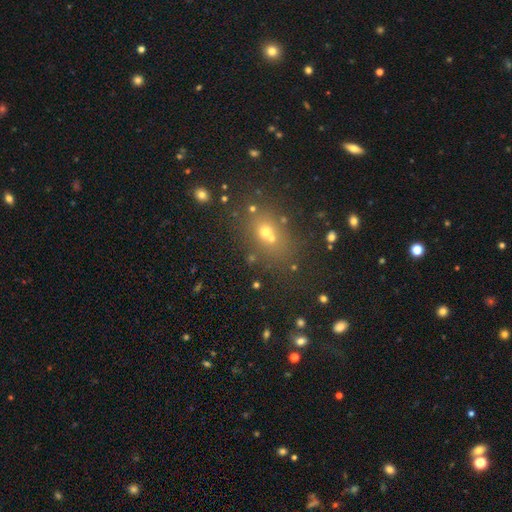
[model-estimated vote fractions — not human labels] A smooth galaxy with no disk features (53%) that is in between round and cigar-shaped (57%).

Vote fractions:
- Smooth or featured? smooth: 53% / star or artifact: 33% / featured or disk: 14%
- How rounded? in between: 57% / round: 39% / cigar-shaped: 4%
- Merging? none: 69% / minor disturbance: 13% / merger: 12% / major disturbance: 6%